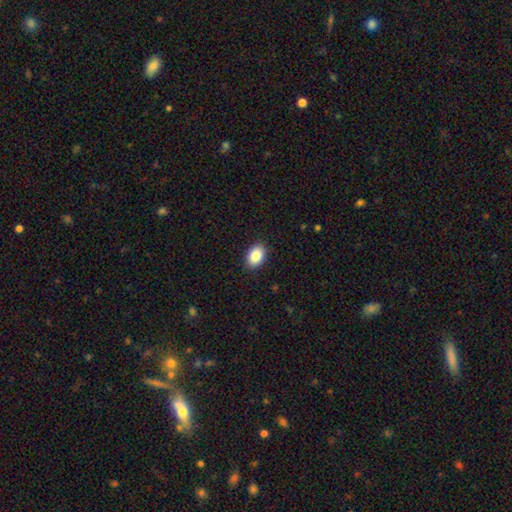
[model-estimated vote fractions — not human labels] A smooth galaxy with no disk features (86%) that is in between round and cigar-shaped (84%). Merging: none (90%).